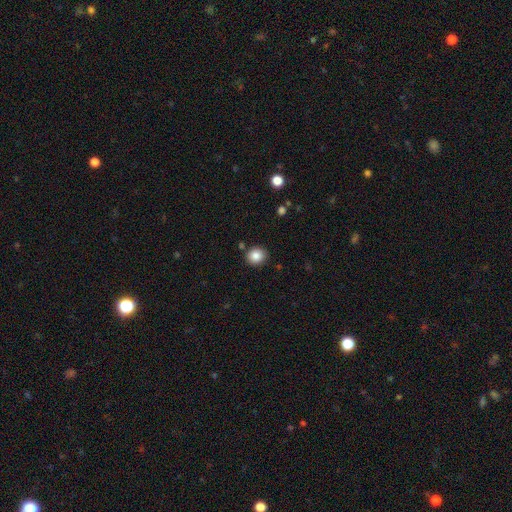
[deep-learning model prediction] Smooth or featured?
  - smooth: 85% *
  - star or artifact: 10%
  - featured or disk: 5%
How rounded?
  - round: 83% *
  - in between: 16%
  - cigar-shaped: 1%
Merging?
  - none: 88% *
  - minor disturbance: 7%
  - merger: 3%
  - major disturbance: 2%